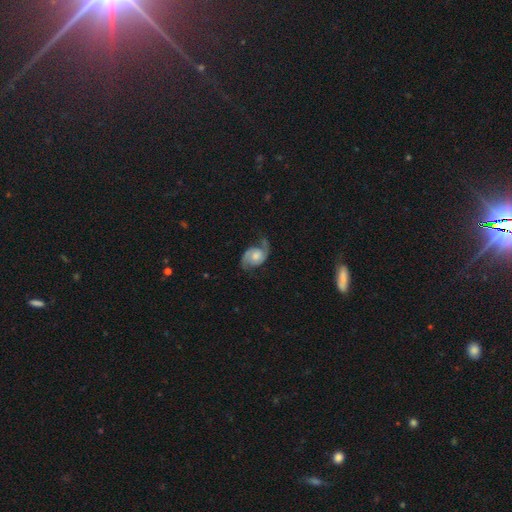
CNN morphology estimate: Q: Smooth or featured?
A: featured or disk (82%); runner-up: smooth (13%)
Q: Edge-on disk?
A: no (97%); runner-up: yes (3%)
Q: Bar?
A: no (69%); runner-up: weak (27%)
Q: Spiral arms?
A: yes (96%); runner-up: no (4%)
Q: Spiral winding?
A: medium (44%); runner-up: loose (38%)
Q: Spiral arm count?
A: 2 (90%); runner-up: 1 (4%)
Q: Bulge size?
A: moderate (51%); runner-up: small (21%)
Q: Merging?
A: none (65%); runner-up: minor disturbance (20%)